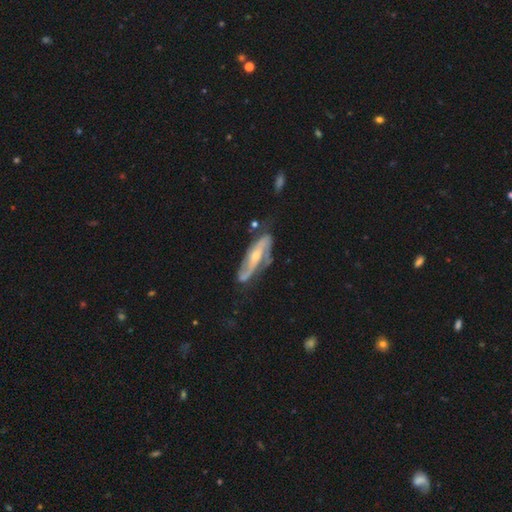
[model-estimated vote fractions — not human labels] Overall: featured or disk (84%). Edge-on disk: no (86%). Bar: no (37%; weak 33%). Spiral arms: yes (95%). Spiral arm count: 2 (84%). Spiral winding: medium (44%; loose 32%). Bulge size: small (51%; moderate 44%). Merging: none (63%).